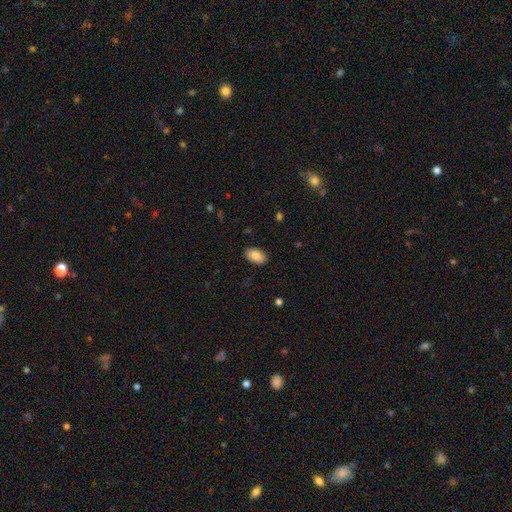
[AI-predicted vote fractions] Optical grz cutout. It shows a smooth galaxy with no disk features (82%) that is in between round and cigar-shaped (94%). Merging: none (88%).